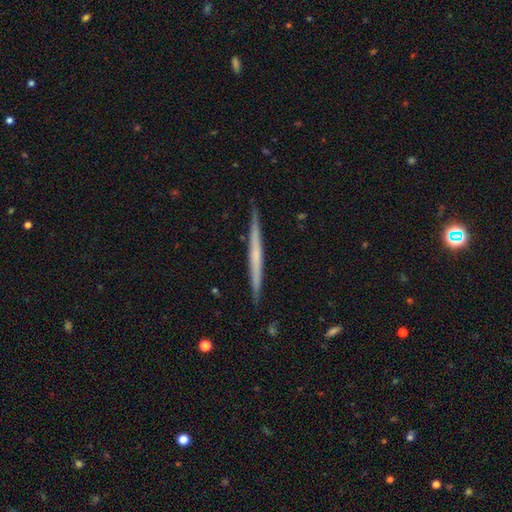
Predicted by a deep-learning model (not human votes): Smooth or featured: featured or disk — 58% (smooth — 37%)
Edge-on disk: yes — 98% (no — 2%)
Edge-on bulge: none — 82% (rounded — 13%)
Merging: none — 91% (minor disturbance — 6%)